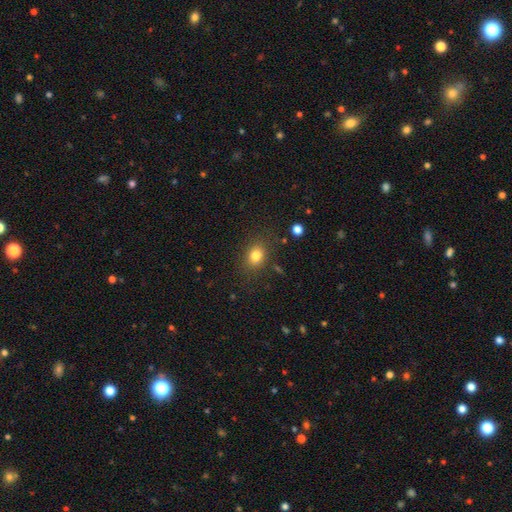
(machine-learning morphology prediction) smooth 80%, star or artifact 12%, featured or disk 8%. Down the decision tree: how rounded — in between (56%); merging — none (81%).